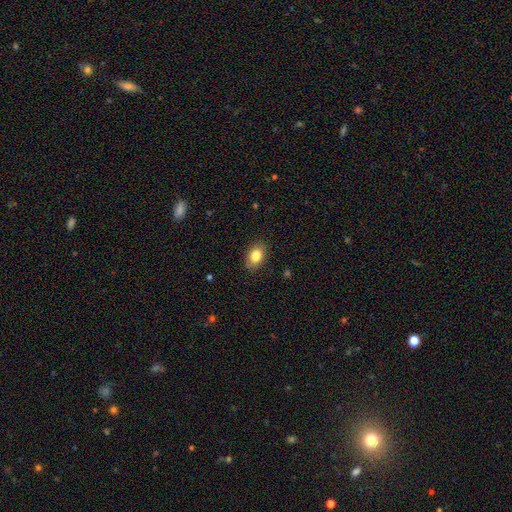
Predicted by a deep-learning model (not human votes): Overall: smooth (84%). How rounded: in between (84%). Merging: none (84%).